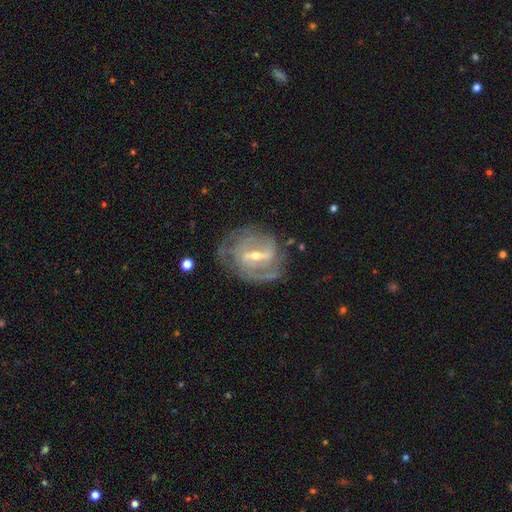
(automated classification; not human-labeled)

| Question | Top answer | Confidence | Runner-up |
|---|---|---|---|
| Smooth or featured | featured or disk | 87% | smooth (7%) |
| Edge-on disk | no | 96% | yes (4%) |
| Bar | strong | 49% | weak (42%) |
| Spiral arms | yes | 93% | no (7%) |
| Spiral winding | tight | 50% | medium (39%) |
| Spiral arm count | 2 | 47% | can't tell (23%) |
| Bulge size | small | 53% | moderate (43%) |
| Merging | none | 68% | minor disturbance (20%) |